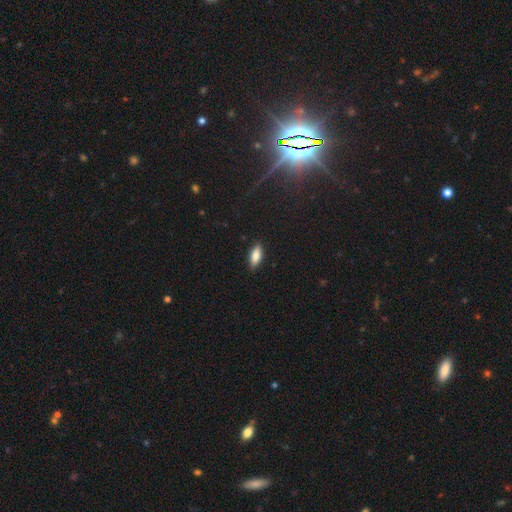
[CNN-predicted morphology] The model was most divided on "how rounded": in between: 76%, cigar-shaped: 21%, round: 2%. More confident: merging — none (88%); smooth or featured — smooth (81%).